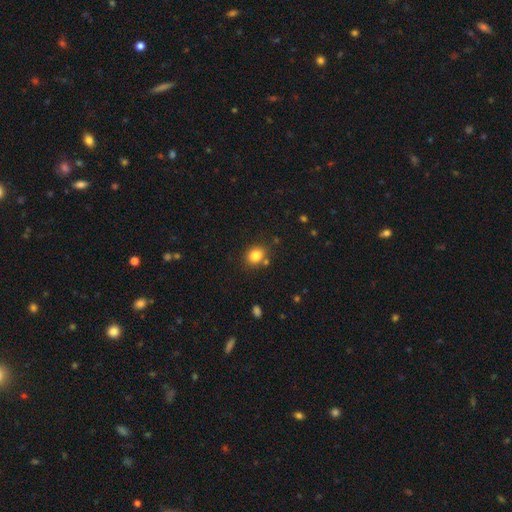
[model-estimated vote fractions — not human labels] A smooth galaxy with no disk features (83%) that is round (57%). Merging: none (78%).